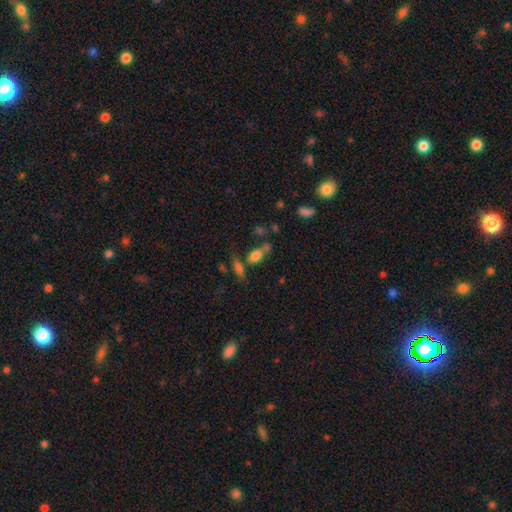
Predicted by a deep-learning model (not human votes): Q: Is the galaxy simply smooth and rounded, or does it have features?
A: smooth — 72%.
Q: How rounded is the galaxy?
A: in between — 73%.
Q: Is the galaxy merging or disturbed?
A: none — 47%.